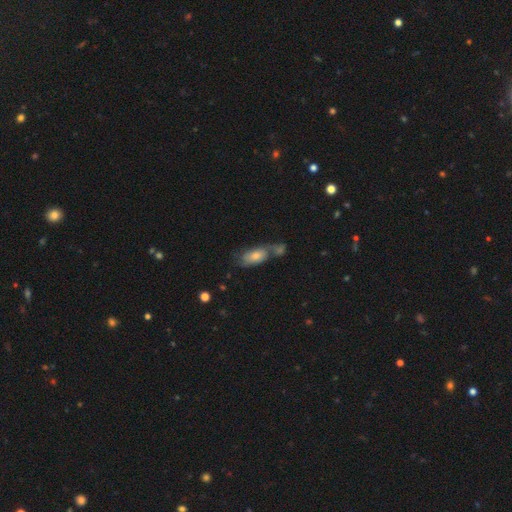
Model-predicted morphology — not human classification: The model was most divided on "merging" (2-way tie): none: 37%, merger: 37%, minor disturbance: 16%, major disturbance: 9%. More confident: how rounded — in between (82%); smooth or featured — smooth (56%).